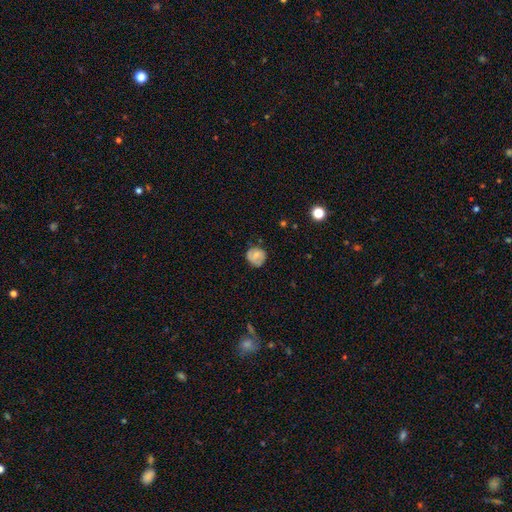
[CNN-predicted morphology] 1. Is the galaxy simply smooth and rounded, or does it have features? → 62% smooth, 30% featured or disk, 8% star or artifact.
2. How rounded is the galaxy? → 82% round, 17% in between, 1% cigar-shaped.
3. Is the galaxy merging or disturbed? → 71% none, 23% minor disturbance, 5% major disturbance, 1% merger.